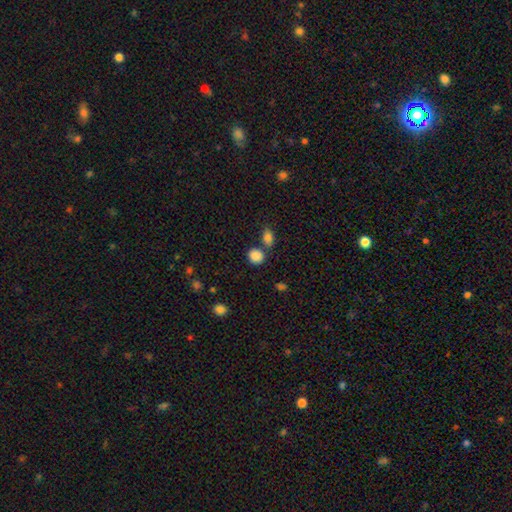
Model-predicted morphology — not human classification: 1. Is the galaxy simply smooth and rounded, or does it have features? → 87% smooth, 10% star or artifact, 4% featured or disk.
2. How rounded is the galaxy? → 76% round, 23% in between, 1% cigar-shaped.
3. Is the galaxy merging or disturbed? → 68% none, 17% merger, 11% minor disturbance, 4% major disturbance.